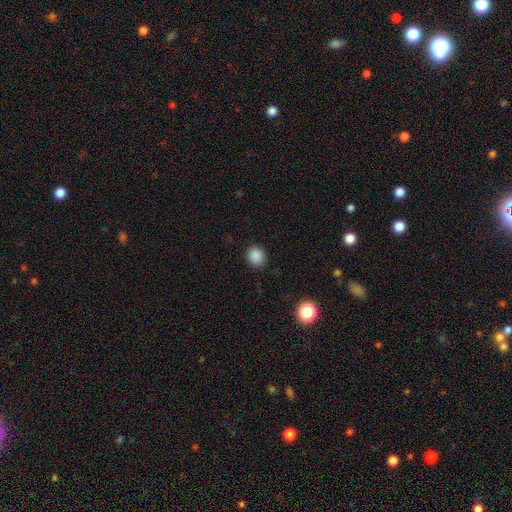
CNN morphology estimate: A smooth galaxy with no disk features (86%) that is round (79%). Merging: none (89%).